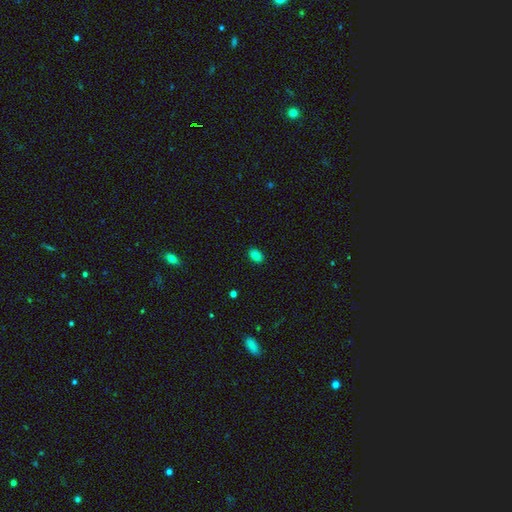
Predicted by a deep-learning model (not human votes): Smooth or featured? Predicted: smooth (p=0.85). How rounded? Predicted: in between (p=0.88). Merging? Predicted: none (p=0.89).